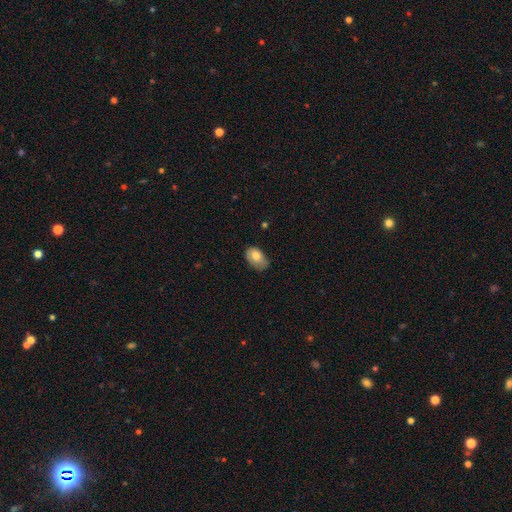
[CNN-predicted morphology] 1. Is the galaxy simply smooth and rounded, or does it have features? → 77% smooth, 16% featured or disk, 7% star or artifact.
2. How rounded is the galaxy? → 88% in between, 11% round, 1% cigar-shaped.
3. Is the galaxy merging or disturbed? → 53% none, 36% minor disturbance, 9% major disturbance, 2% merger.